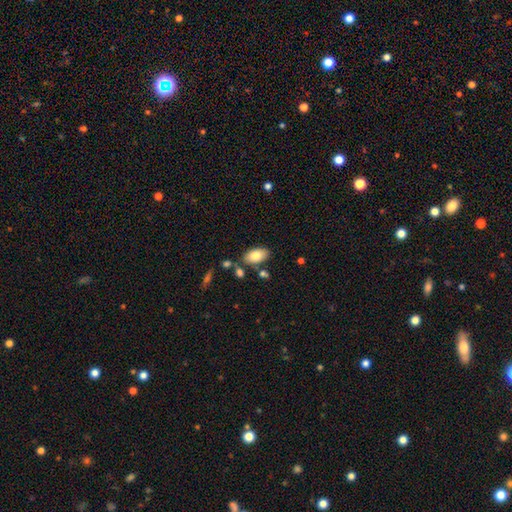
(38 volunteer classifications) Volunteers were most divided on "merging": none: 73%, merger: 11%, minor disturbance: 8%, major disturbance: 8%. More confident: how rounded — in between (100%); smooth or featured — smooth (87%).